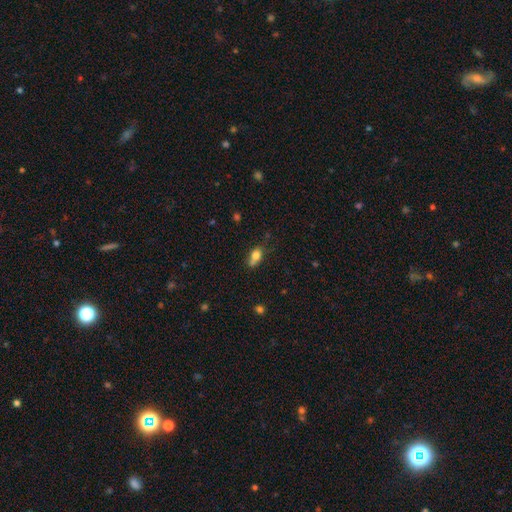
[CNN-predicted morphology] A smooth galaxy with no disk features (77%) that is in between round and cigar-shaped (70%).

Vote fractions:
- Smooth or featured? smooth: 77% / featured or disk: 12% / star or artifact: 11%
- How rounded? in between: 70% / round: 25% / cigar-shaped: 5%
- Merging? none: 44% / merger: 25% / minor disturbance: 23% / major disturbance: 8%